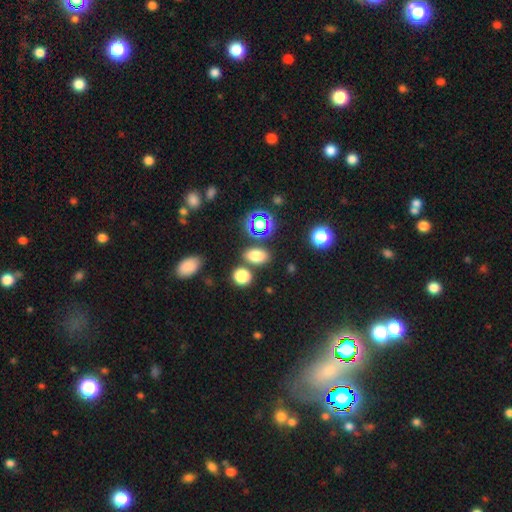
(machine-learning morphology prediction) Smooth or featured: smooth — 72% (star or artifact — 19%)
How rounded: in between — 81% (round — 16%)
Merging: none — 77% (merger — 10%)